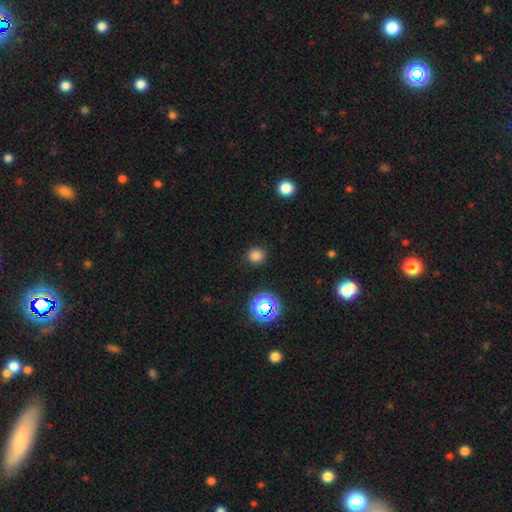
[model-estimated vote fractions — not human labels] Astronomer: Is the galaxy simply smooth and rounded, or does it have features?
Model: smooth — 76%.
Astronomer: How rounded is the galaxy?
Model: round — 82%.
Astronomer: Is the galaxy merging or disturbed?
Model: none — 88%.